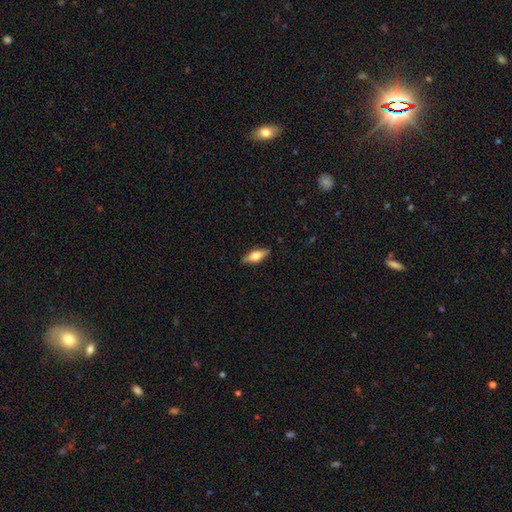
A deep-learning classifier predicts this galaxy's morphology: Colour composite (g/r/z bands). It shows a smooth galaxy with no disk features (57%) that is in between round and cigar-shaped (64%). Merging: none (87%).